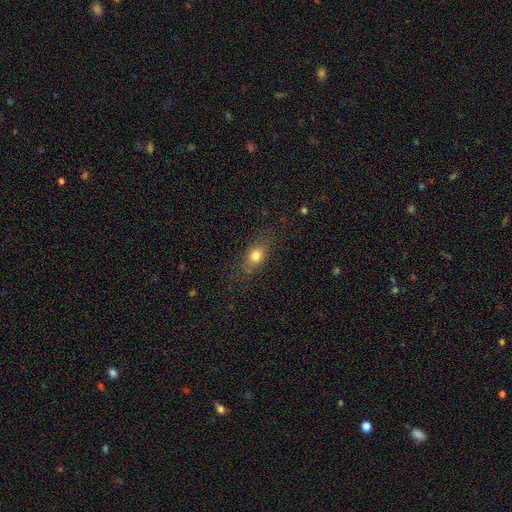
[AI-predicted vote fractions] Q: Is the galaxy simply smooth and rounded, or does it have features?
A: smooth — 75%.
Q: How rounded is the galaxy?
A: in between — 64%.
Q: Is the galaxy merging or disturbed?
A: none — 76%.